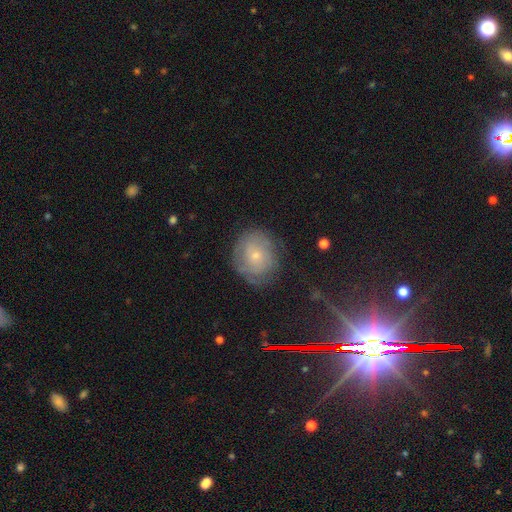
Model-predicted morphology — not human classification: Smooth or featured?
  - featured or disk: 50% *
  - smooth: 38%
  - star or artifact: 12%
Edge-on disk?
  - no: 96% *
  - yes: 4%
Merging?
  - none: 73% *
  - minor disturbance: 19%
  - major disturbance: 7%
  - merger: 1%